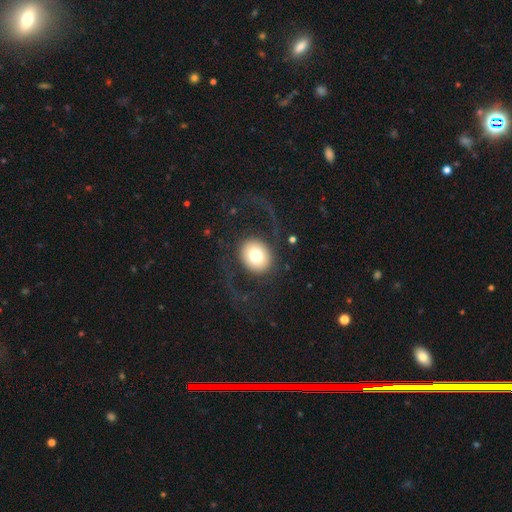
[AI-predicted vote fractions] smooth_or_featured: smooth (p=0.60) [alt: featured or disk p=0.31]
how_rounded: round (p=0.71) [alt: in between p=0.28]
merging: none (p=0.67) [alt: major disturbance p=0.22]